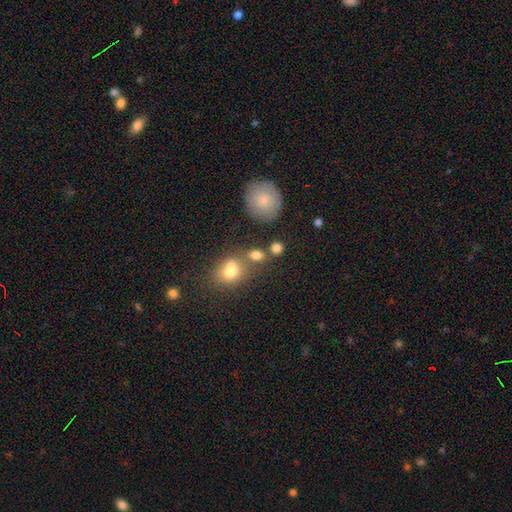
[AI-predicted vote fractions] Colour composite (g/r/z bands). It shows a smooth galaxy with no disk features (69%) that is round (61%). Merging: none (55%).